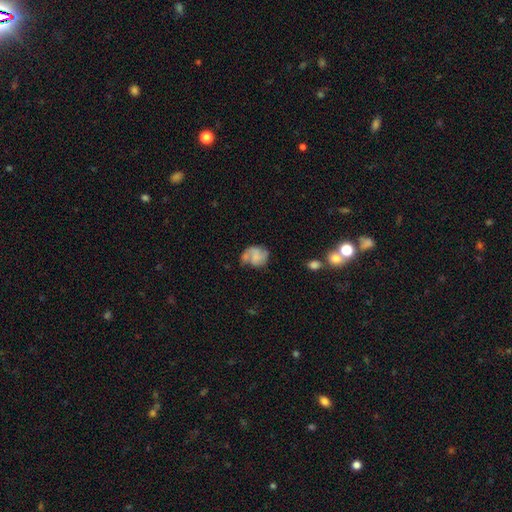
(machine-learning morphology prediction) This is possibly a featured or disk galaxy (59%). It is clearly not viewed edge-on (98%). Bar: likely no (61%). Spiral arm pattern: clearly yes (86%). Central bulge: possibly none (52%). Merging: possibly none (47%).